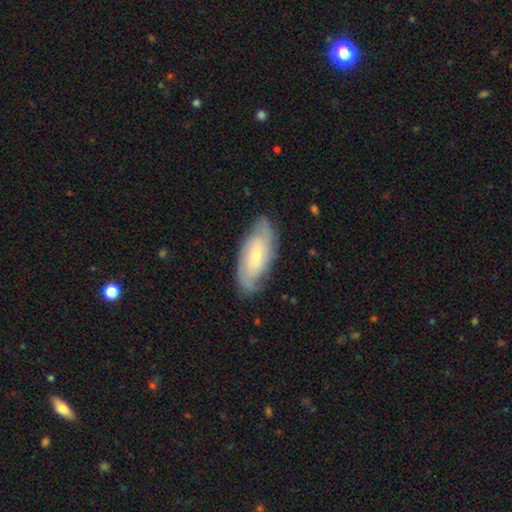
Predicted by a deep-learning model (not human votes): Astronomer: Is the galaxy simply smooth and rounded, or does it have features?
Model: featured or disk — 68%.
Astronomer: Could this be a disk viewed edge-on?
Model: no — 90%.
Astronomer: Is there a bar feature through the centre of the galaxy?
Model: no — 66%.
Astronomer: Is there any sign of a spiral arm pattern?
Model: yes — 89%.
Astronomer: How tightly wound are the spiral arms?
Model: tight — 50% (runner-up: medium, 36%).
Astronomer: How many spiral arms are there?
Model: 2 — 54%.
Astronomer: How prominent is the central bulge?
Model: small — 67%.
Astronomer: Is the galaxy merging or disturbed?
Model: none — 79%.